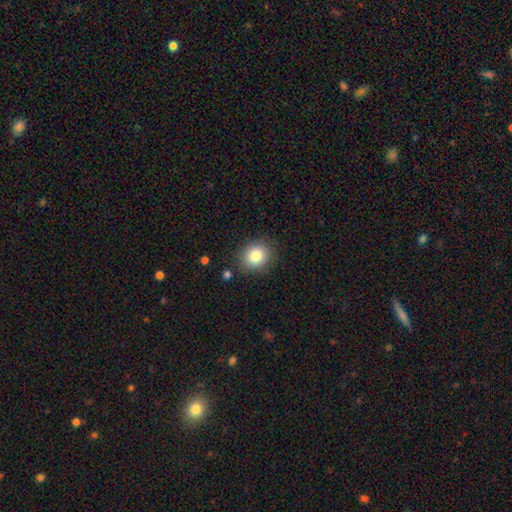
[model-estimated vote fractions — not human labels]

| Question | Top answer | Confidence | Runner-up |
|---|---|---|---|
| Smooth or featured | smooth | 83% | star or artifact (10%) |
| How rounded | round | 76% | in between (23%) |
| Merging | none | 85% | minor disturbance (9%) |